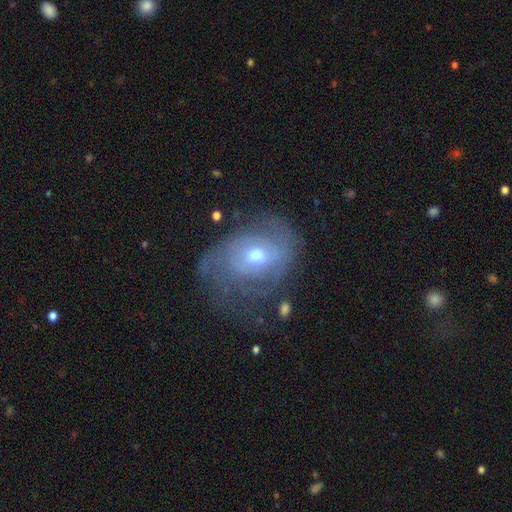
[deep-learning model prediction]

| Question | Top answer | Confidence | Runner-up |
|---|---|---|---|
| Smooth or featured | featured or disk | 69% | smooth (22%) |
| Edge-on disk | no | 96% | yes (4%) |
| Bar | no | 63% | weak (31%) |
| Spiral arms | yes | 77% | no (23%) |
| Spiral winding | tight | 46% | medium (35%) |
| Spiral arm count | can't tell | 42% | 2 (33%) |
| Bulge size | moderate | 68% | small (22%) |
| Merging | none | 44% | minor disturbance (27%) |